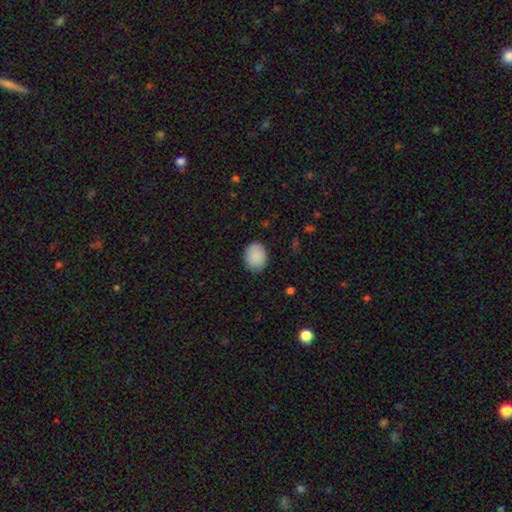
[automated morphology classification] Smooth or featured: smooth — 89% (star or artifact — 7%)
How rounded: in between — 55% (round — 44%)
Merging: none — 84% (minor disturbance — 12%)